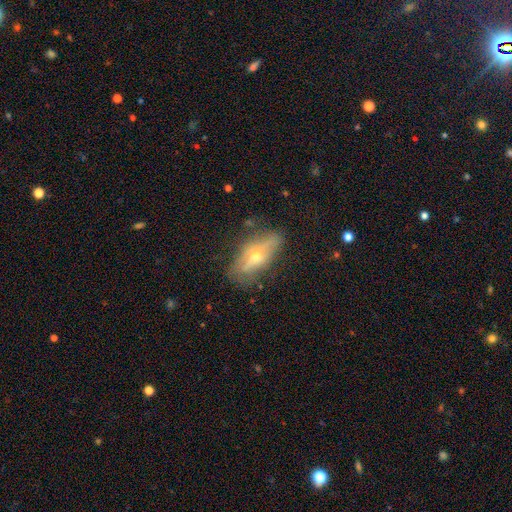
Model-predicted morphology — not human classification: A featured or disk galaxy (63%) viewed edge-on (70%).

Vote fractions:
- Smooth or featured? featured or disk: 63% / smooth: 28% / star or artifact: 9%
- Edge-on disk? yes: 70% / no: 30%
- Merging? none: 73% / minor disturbance: 19% / major disturbance: 7% / merger: 2%